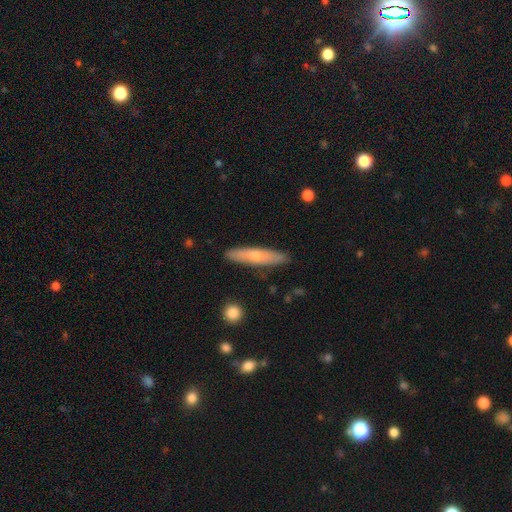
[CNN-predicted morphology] Q: Smooth or featured?
A: smooth (62%); runner-up: featured or disk (33%)
Q: How rounded?
A: cigar-shaped (85%); runner-up: in between (14%)
Q: Merging?
A: none (87%); runner-up: minor disturbance (10%)